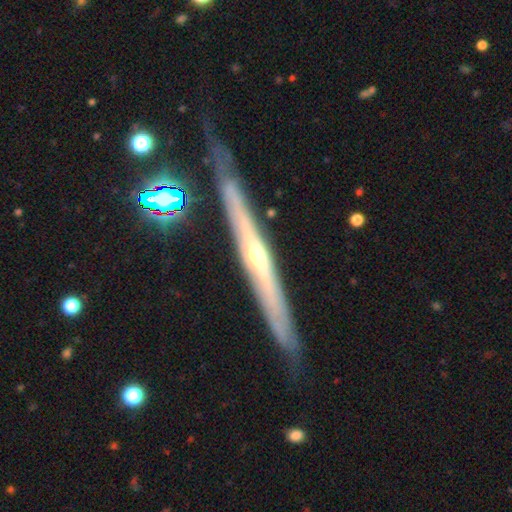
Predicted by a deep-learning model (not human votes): A featured or disk galaxy (77%) viewed edge-on (91%) with a rounded central bulge (71%).

Vote fractions:
- Smooth or featured? featured or disk: 77% / smooth: 16% / star or artifact: 7%
- Edge-on disk? yes: 91% / no: 9%
- Edge-on bulge? rounded: 71% / none: 27% / boxy: 3%
- Merging? none: 80% / minor disturbance: 15% / major disturbance: 3% / merger: 2%